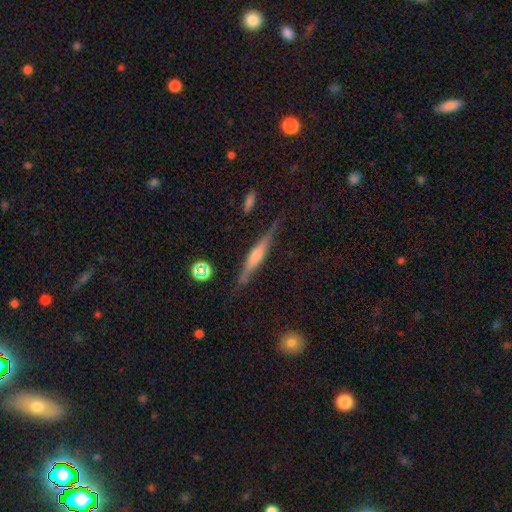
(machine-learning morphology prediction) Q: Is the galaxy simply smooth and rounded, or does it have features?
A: featured or disk — 66%.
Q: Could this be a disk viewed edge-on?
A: yes — 95%.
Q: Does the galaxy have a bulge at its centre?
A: rounded — 55%.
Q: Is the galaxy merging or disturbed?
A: none — 79%.